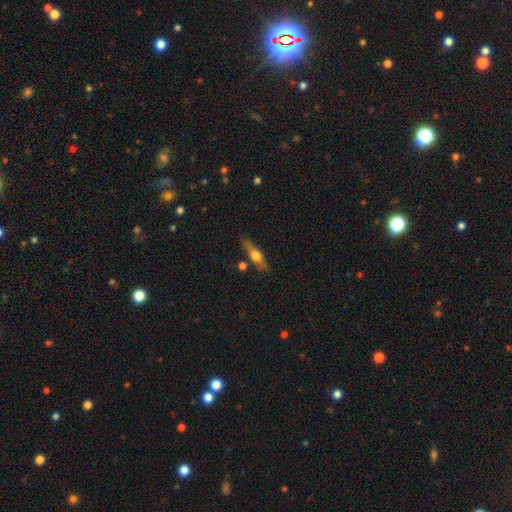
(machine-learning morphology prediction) Smooth or featured?
  - featured or disk: 54% *
  - smooth: 40%
  - star or artifact: 6%
Edge-on disk?
  - yes: 92% *
  - no: 8%
Merging?
  - none: 80% *
  - minor disturbance: 12%
  - merger: 5%
  - major disturbance: 3%